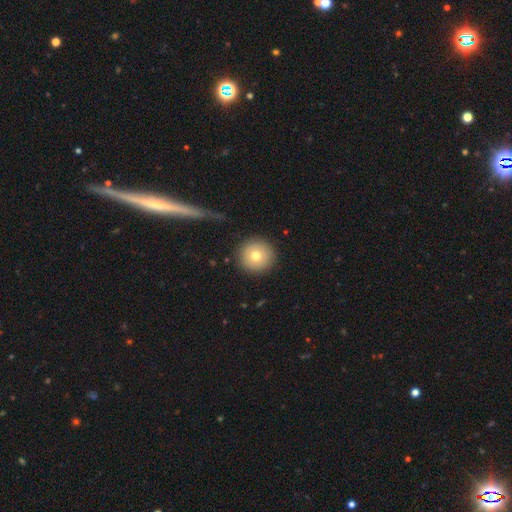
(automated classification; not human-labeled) This is likely a smooth galaxy (75%). How rounded: clearly round (95%). Merging: clearly none (90%).